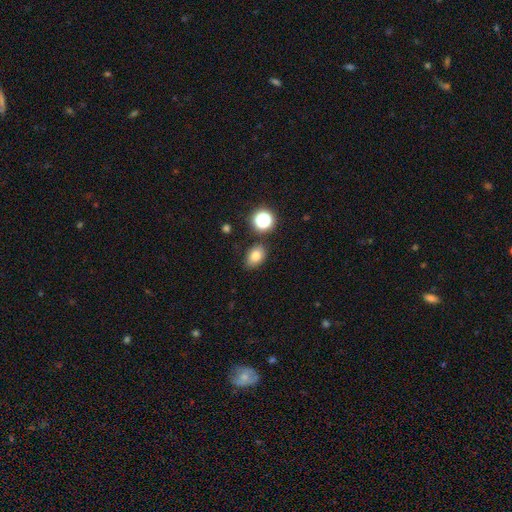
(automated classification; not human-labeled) Smooth or featured? Predicted: smooth (p=0.79). How rounded? Predicted: in between (p=0.74). Merging? Predicted: none (p=0.82).